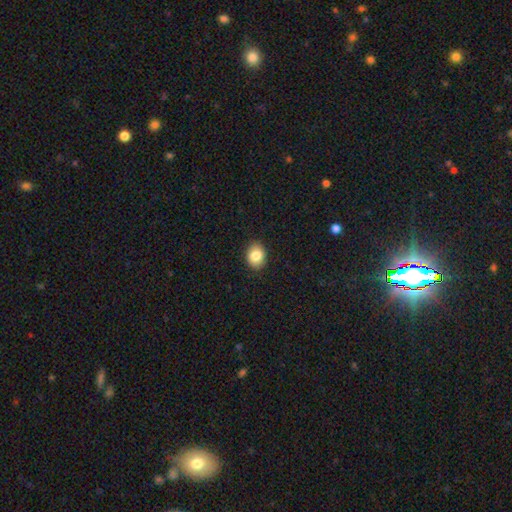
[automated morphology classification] Q: Smooth or featured?
A: smooth (84%); runner-up: star or artifact (8%)
Q: How rounded?
A: in between (61%); runner-up: round (38%)
Q: Merging?
A: none (90%); runner-up: minor disturbance (8%)